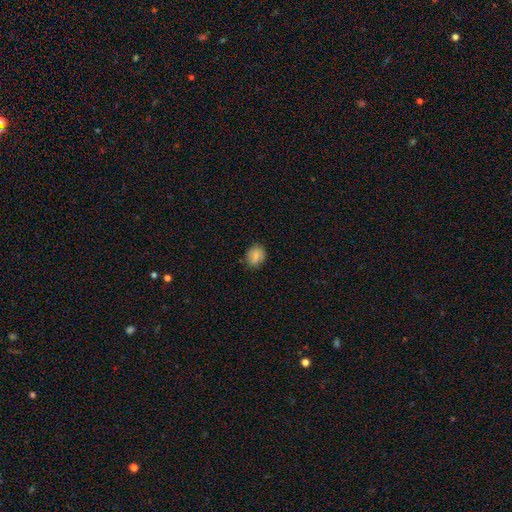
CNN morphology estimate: Q: Smooth or featured?
A: smooth (78%); runner-up: featured or disk (13%)
Q: How rounded?
A: round (66%); runner-up: in between (32%)
Q: Merging?
A: none (80%); runner-up: minor disturbance (16%)